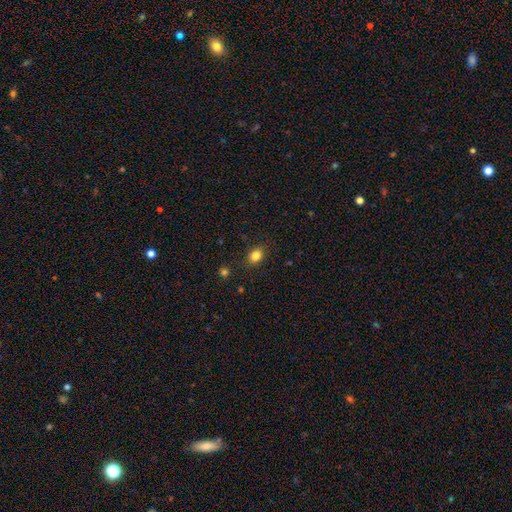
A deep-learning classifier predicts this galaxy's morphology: A smooth galaxy with no disk features (83%) that is in between round and cigar-shaped (58%). Merging: none (85%).